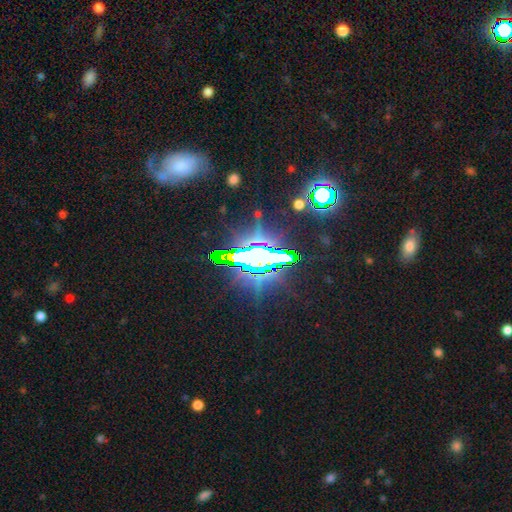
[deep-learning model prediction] Morphology: type=star or artifact (77%).